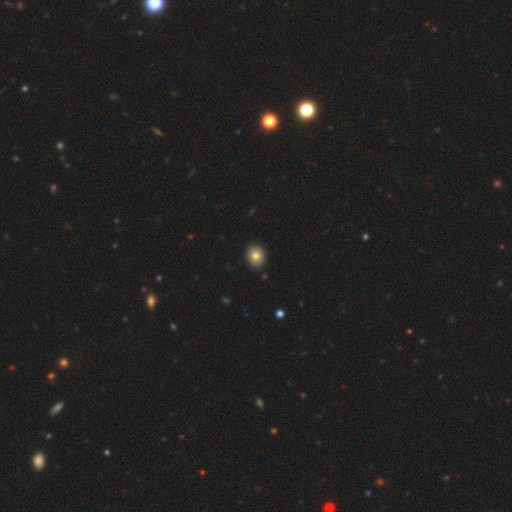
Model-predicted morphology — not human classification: This appears to be a smooth galaxy with no disk features (82%) that is round (59%). Merging: none (89%).